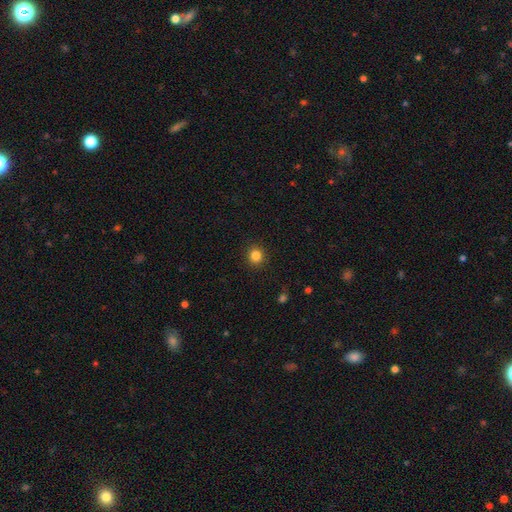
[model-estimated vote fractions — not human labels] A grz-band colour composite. It shows a smooth galaxy with no disk features (84%) that is round (92%). Merging: none (91%).